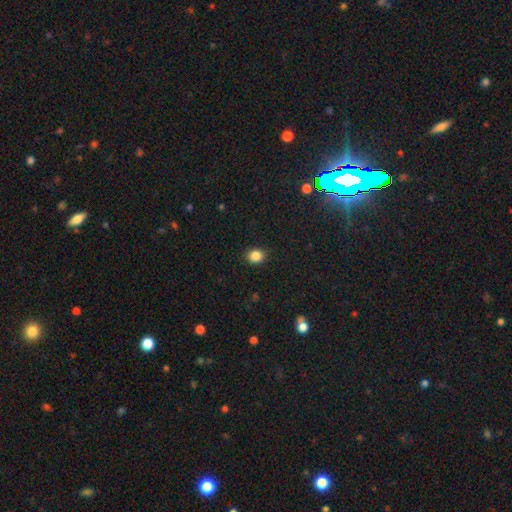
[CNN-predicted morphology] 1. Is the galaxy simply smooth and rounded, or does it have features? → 86% smooth, 10% star or artifact, 4% featured or disk.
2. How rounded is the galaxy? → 64% round, 35% in between, 1% cigar-shaped.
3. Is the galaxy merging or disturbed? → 89% none, 8% minor disturbance, 2% major disturbance, 1% merger.